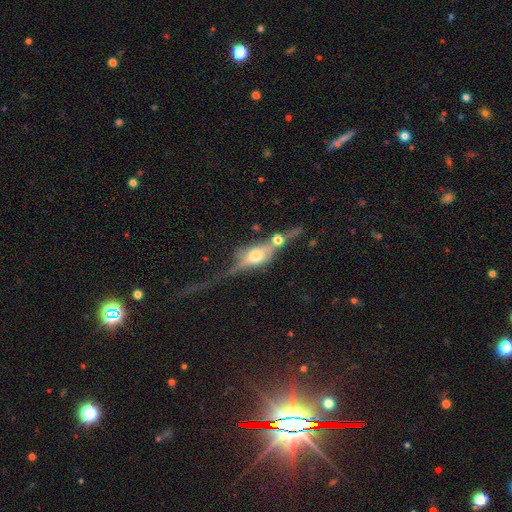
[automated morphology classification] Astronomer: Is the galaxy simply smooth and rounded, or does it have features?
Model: featured or disk — 69%.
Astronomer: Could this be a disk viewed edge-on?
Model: yes — 81%.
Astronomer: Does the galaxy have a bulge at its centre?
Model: rounded — 91%.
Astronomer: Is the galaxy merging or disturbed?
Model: none — 34%, tied with merger at 34%.